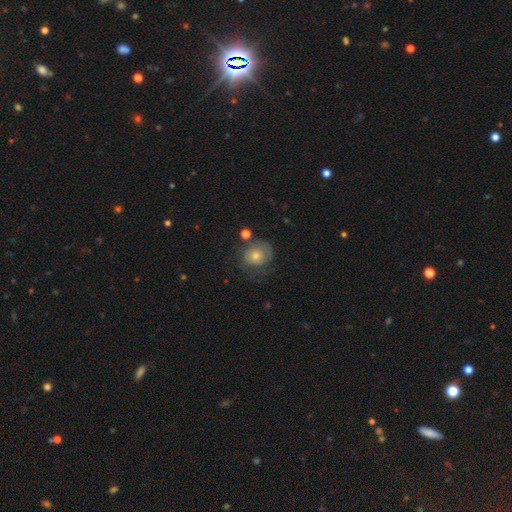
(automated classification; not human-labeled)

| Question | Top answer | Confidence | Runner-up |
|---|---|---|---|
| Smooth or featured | smooth | 51% | featured or disk (36%) |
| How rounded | round | 76% | in between (23%) |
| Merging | none | 60% | minor disturbance (22%) |